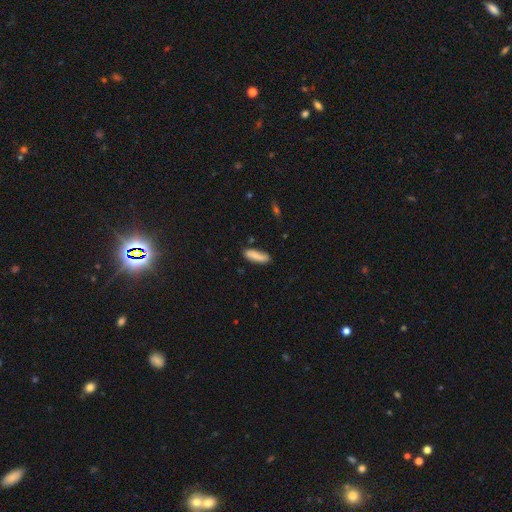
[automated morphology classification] This is clearly a smooth galaxy (83%). How rounded: possibly cigar-shaped (52%). Merging: likely none (79%).